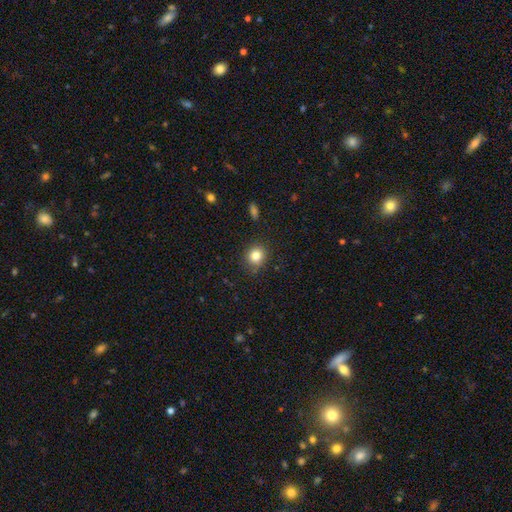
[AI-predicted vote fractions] Smooth or featured?
  - smooth: 82% *
  - star or artifact: 11%
  - featured or disk: 7%
How rounded?
  - round: 84% *
  - in between: 15%
  - cigar-shaped: 1%
Merging?
  - none: 88% *
  - minor disturbance: 9%
  - major disturbance: 2%
  - merger: 1%